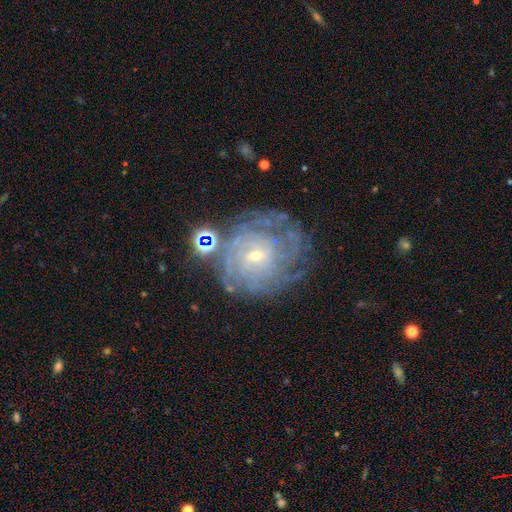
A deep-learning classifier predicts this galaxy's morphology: A featured or disk galaxy (82%) with no bar (65%), tight (77%) spiral arms (92%) and a small central bulge (79%).

Vote fractions:
- Smooth or featured? featured or disk: 82% / smooth: 9% / star or artifact: 9%
- Edge-on disk? no: 97% / yes: 3%
- Bar? no: 65% / weak: 28% / strong: 7%
- Spiral arms? yes: 92% / no: 8%
- Spiral winding? tight: 77% / medium: 18% / loose: 5%
- Spiral arm count? can't tell: 40% / more than 4: 21% / 4: 17% / 3: 9% / 2: 7% / 1: 6%
- Bulge size? small: 79% / moderate: 18% / large: 1% / none: 1% / dominant: 1%
- Merging? none: 68% / minor disturbance: 17% / major disturbance: 10% / merger: 5%